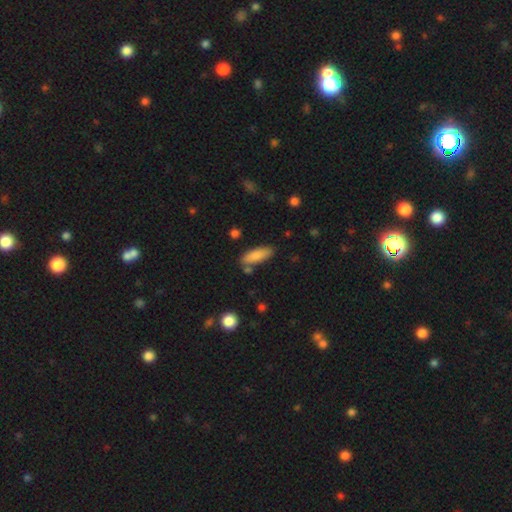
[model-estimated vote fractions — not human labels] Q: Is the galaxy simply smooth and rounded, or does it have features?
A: smooth — 83%.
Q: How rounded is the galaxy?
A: in between — 58%.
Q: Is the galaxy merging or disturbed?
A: none — 76%.